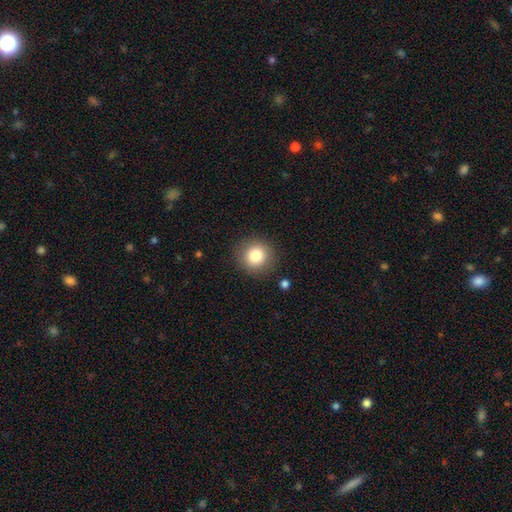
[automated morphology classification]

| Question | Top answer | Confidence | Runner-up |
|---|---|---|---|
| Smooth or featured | smooth | 81% | star or artifact (10%) |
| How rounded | round | 93% | in between (6%) |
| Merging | none | 88% | minor disturbance (7%) |